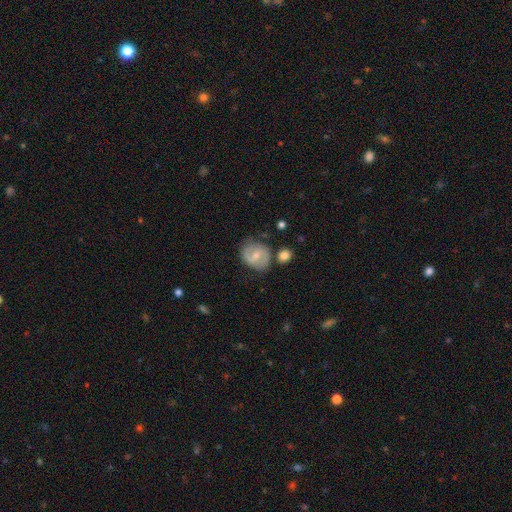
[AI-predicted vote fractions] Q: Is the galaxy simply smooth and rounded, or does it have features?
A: featured or disk — 56%.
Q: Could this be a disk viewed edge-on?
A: no — 97%.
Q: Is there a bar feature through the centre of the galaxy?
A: weak — 51%.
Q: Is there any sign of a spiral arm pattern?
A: yes — 75%.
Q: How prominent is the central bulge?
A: small — 49%.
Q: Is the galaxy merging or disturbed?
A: none — 67%.